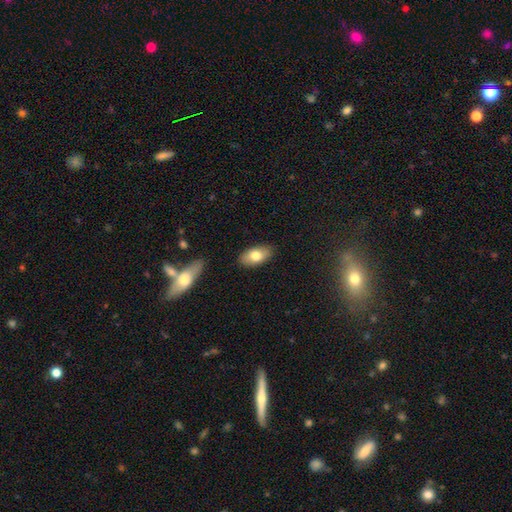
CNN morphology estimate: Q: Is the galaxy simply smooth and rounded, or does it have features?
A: smooth — 77%.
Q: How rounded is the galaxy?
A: in between — 92%.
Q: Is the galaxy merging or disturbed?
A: none — 87%.